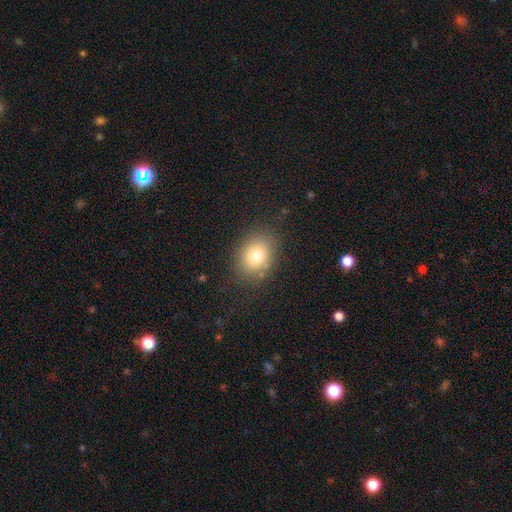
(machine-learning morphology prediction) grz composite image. It shows a smooth galaxy with no disk features (76%) that is in between round and cigar-shaped (53%). Merging: none (82%).